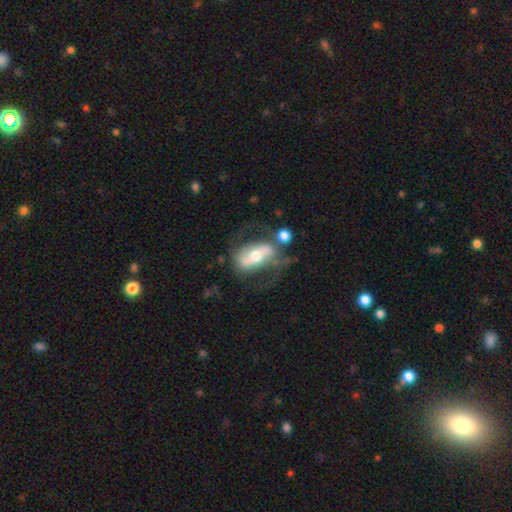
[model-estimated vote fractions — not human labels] Morphology: type=featured or disk (72%); edge-on=no (91%); bar=strong (47%); spiral arms=yes (74%); bulge=moderate (67%); merging=none (51%).